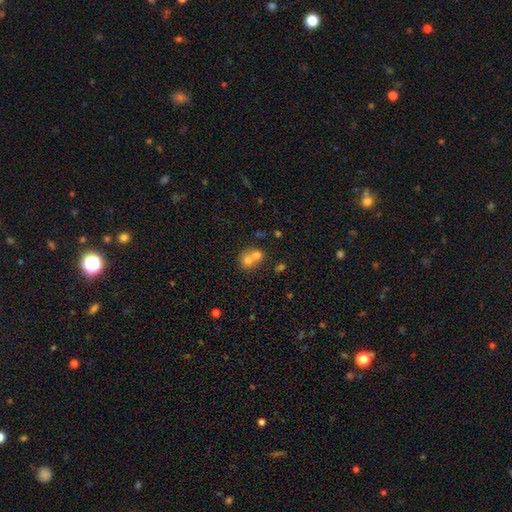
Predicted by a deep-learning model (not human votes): This appears to be a smooth galaxy with no disk features (68%) that is round (72%). Merging: merger (65%).